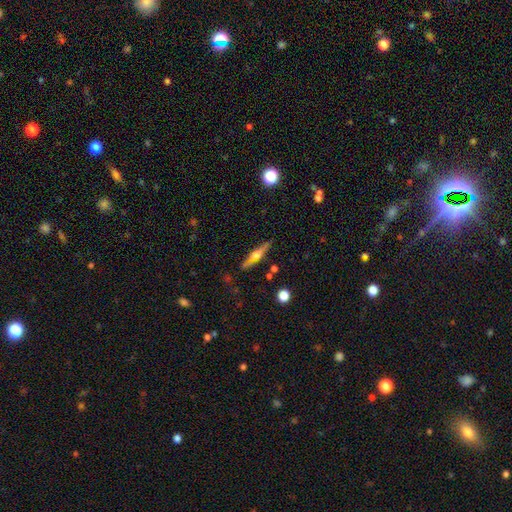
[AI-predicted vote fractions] The model was most divided on "smooth or featured": featured or disk: 58%, smooth: 34%, star or artifact: 7%. More confident: edge-on disk — yes (92%); edge-on bulge — rounded (84%); merging — none (77%).